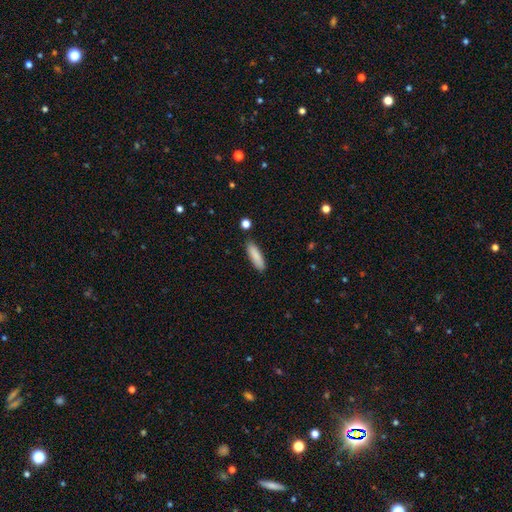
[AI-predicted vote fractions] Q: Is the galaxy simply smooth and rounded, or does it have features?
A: smooth — 86%.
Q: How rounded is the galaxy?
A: cigar-shaped — 63%.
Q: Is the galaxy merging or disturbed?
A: none — 86%.